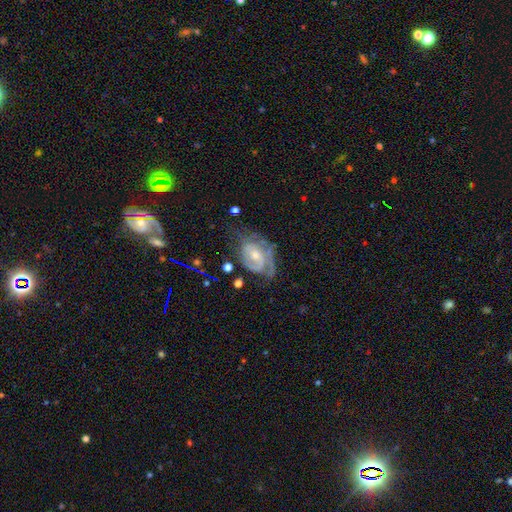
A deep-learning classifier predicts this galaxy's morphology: smooth-or-featured: featured or disk: 82% | smooth: 12% | star or artifact: 6%
  disk-edge-on: no: 97% | yes: 3%
    bar: no: 59% | weak: 34% | strong: 7%
    has-spiral-arms: yes: 91% | no: 9%
      spiral-winding: tight: 56% | medium: 34% | loose: 11%
      spiral-arm-count: 2: 42% | can't tell: 25% | 1: 17% | 3: 11% | 4: 3% | more than 4: 2%
    bulge-size: moderate: 47% | small: 46% | none: 3% | large: 3% | dominant: 1%
  merging: none: 49% | minor disturbance: 27% | major disturbance: 21% | merger: 3%